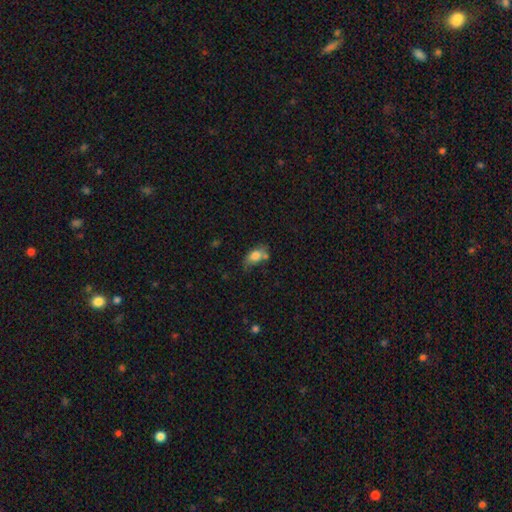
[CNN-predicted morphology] This appears to be a smooth galaxy with no disk features (77%) that is in between round and cigar-shaped (84%). Merging: none (46%).